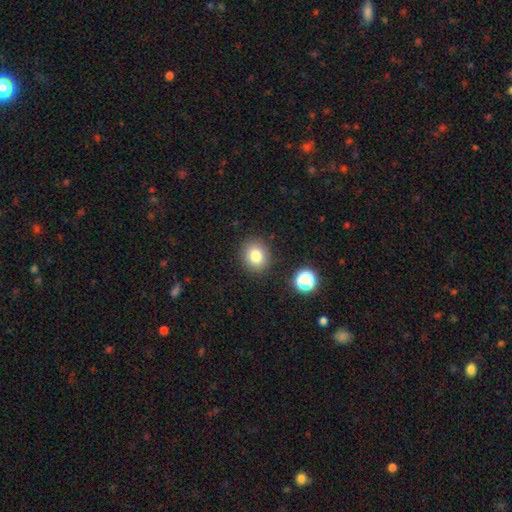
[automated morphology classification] smooth_or_featured: smooth (p=0.80) [alt: star or artifact p=0.12]
how_rounded: round (p=0.74) [alt: in between p=0.25]
merging: none (p=0.88) [alt: minor disturbance p=0.07]